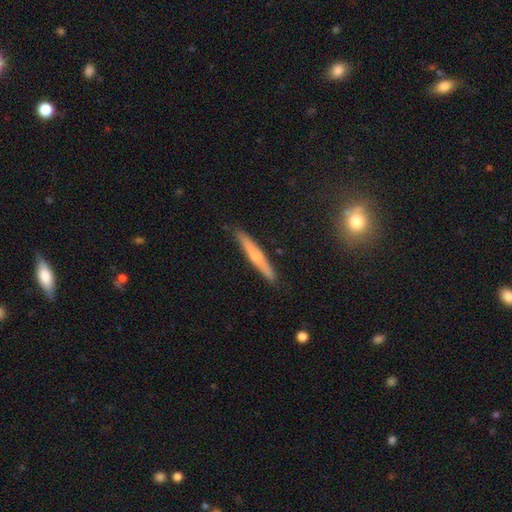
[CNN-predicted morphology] smooth-or-featured: smooth: 48% | featured or disk: 46% | star or artifact: 6%
  merging: none: 89% | minor disturbance: 9% | major disturbance: 2% | merger: 1%